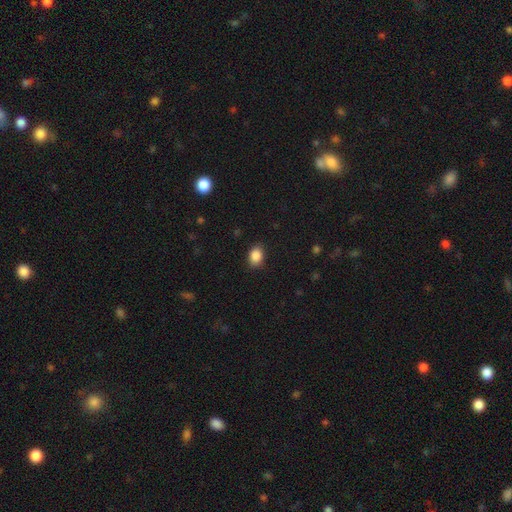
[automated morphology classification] Smooth or featured?
  - smooth: 88% *
  - star or artifact: 8%
  - featured or disk: 3%
How rounded?
  - in between: 71% *
  - round: 27%
  - cigar-shaped: 1%
Merging?
  - none: 86% *
  - minor disturbance: 11%
  - major disturbance: 2%
  - merger: 1%